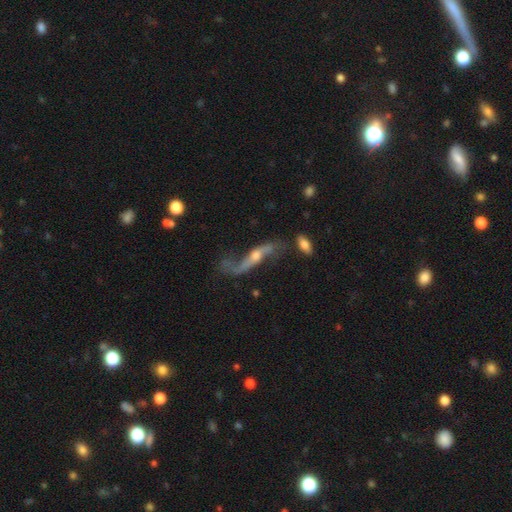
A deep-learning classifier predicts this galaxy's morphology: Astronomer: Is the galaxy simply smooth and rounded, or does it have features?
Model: featured or disk — 78%.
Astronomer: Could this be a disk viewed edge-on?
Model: no — 67%.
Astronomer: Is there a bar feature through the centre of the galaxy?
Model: no — 48% (runner-up: weak, 31%).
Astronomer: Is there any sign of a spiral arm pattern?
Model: yes — 86%.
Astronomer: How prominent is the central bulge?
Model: small — 45% (runner-up: moderate, 44%).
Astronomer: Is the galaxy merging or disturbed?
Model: none — 51%.